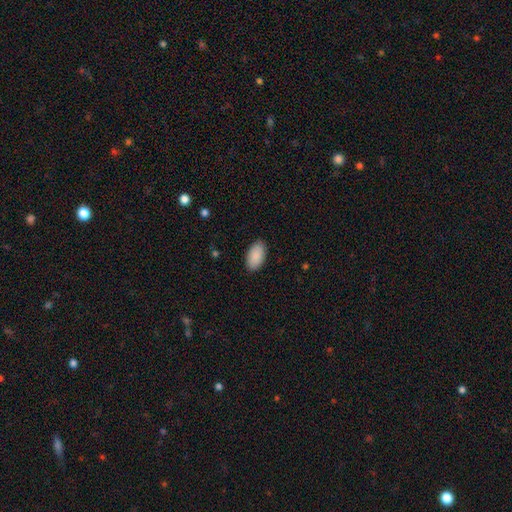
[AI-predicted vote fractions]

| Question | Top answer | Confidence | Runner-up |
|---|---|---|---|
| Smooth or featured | smooth | 91% | star or artifact (6%) |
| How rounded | in between | 96% | round (3%) |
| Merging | none | 88% | minor disturbance (9%) |